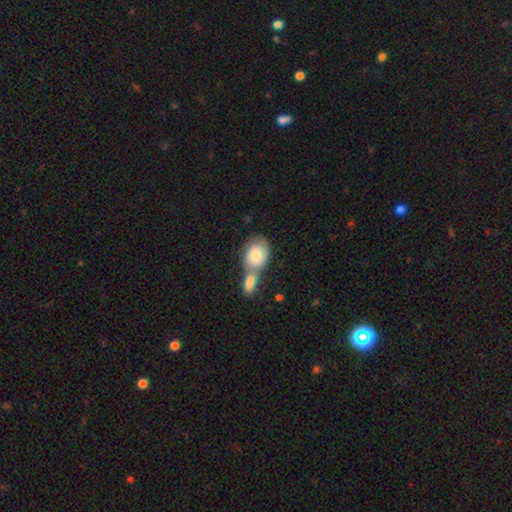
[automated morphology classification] smooth-or-featured: smooth: 70% | featured or disk: 24% | star or artifact: 6%
  how-rounded: in between: 77% | round: 21% | cigar-shaped: 2%
  merging: merger: 60% | none: 25% | minor disturbance: 10% | major disturbance: 5%